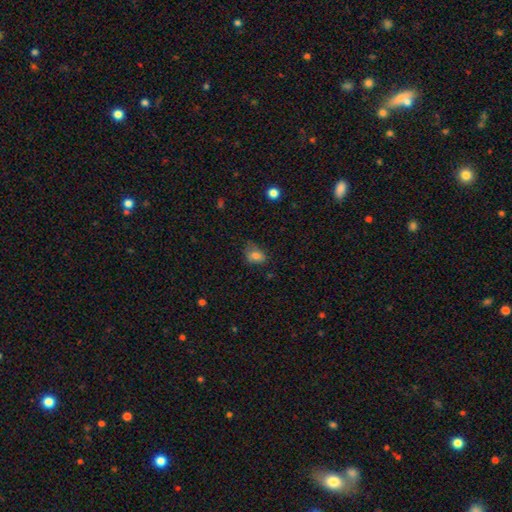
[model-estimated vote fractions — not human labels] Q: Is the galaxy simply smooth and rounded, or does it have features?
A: smooth — 78%.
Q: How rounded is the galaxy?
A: in between — 69%.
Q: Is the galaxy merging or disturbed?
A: none — 47%.